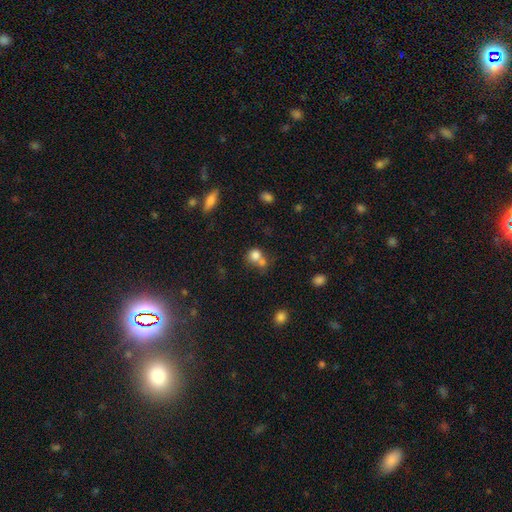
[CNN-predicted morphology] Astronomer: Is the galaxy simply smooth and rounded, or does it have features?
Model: smooth — 78%.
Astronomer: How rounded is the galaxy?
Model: round — 78%.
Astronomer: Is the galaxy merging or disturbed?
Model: merger — 49% (runner-up: none, 38%).